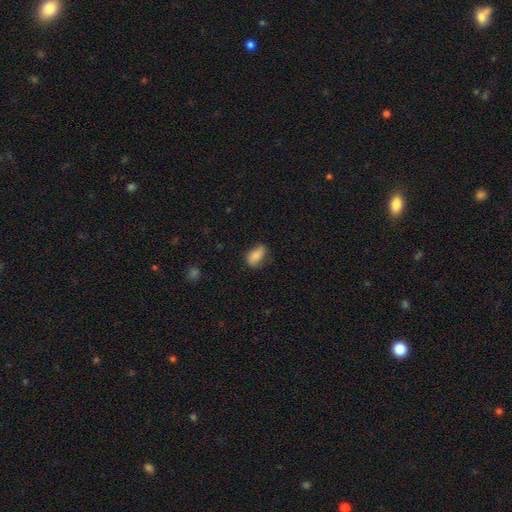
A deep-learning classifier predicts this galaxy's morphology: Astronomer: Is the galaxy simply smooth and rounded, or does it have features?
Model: smooth — 83%.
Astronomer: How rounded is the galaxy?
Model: in between — 89%.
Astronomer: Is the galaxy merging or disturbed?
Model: none — 67%.